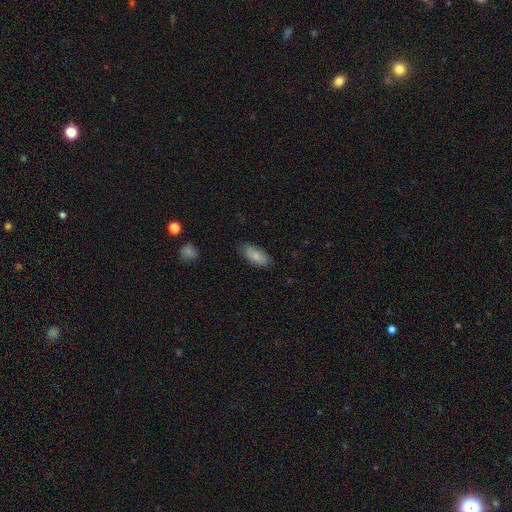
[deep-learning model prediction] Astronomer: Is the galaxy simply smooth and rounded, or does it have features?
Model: smooth — 81%.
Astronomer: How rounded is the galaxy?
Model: in between — 89%.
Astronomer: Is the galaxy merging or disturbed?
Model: none — 78%.